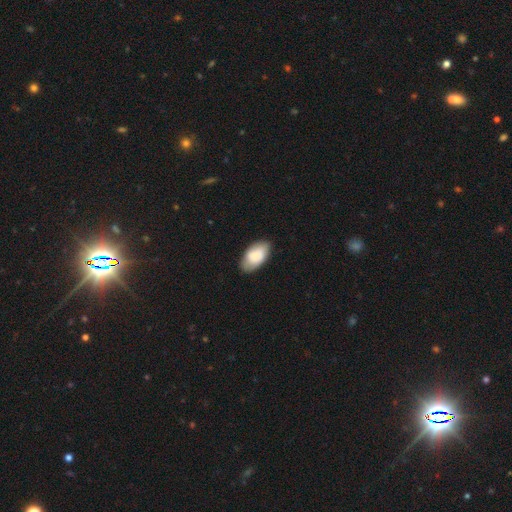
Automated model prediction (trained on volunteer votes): Morphology: type=smooth (83%); roundness=in between (95%); merging=none (79%).